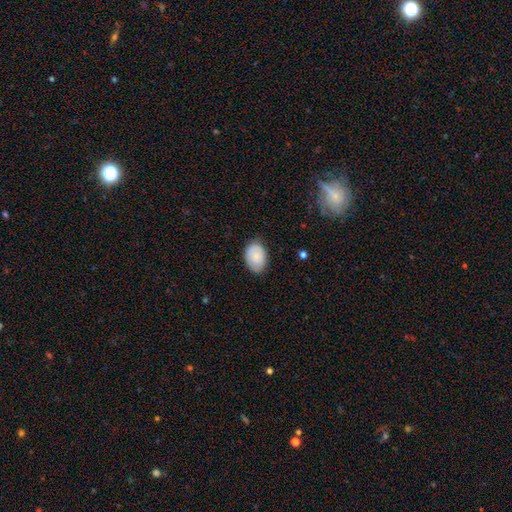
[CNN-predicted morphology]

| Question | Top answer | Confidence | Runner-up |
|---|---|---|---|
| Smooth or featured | smooth | 81% | featured or disk (13%) |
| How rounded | in between | 84% | round (15%) |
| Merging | none | 77% | minor disturbance (19%) |